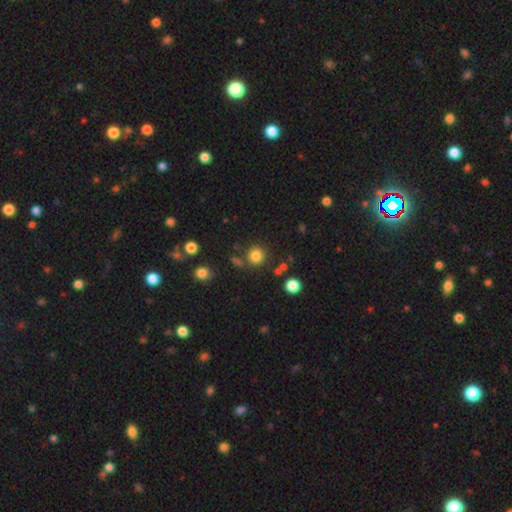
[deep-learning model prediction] Overall: smooth (81%). How rounded: round (91%). Merging: none (80%).